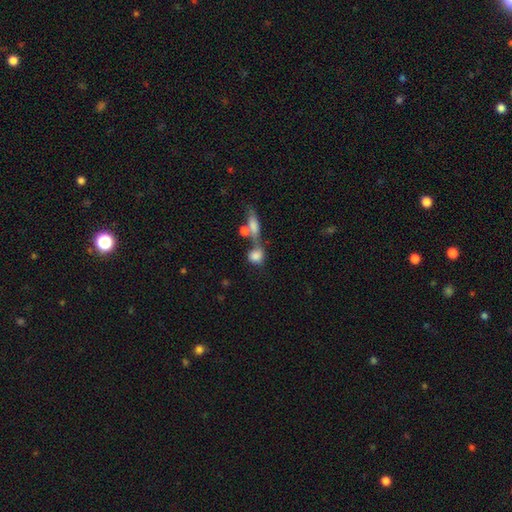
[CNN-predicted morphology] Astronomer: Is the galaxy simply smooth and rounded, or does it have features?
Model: smooth — 78%.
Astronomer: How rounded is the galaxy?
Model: round — 58% (runner-up: in between, 35%).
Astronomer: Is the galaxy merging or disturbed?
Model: none — 38%, tied with merger at 38%.